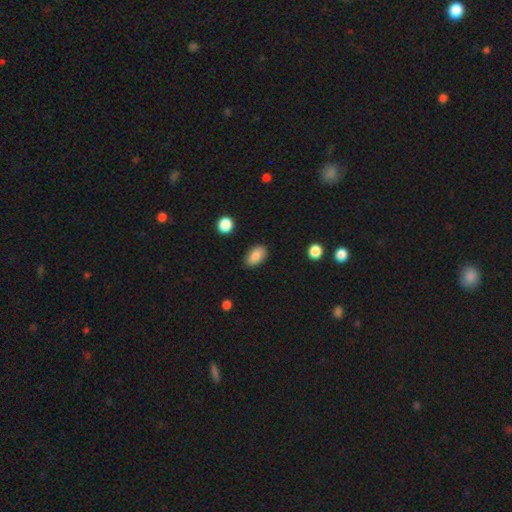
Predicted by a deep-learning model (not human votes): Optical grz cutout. It shows a smooth galaxy with no disk features (86%) that is in between round and cigar-shaped (91%). Merging: none (83%).